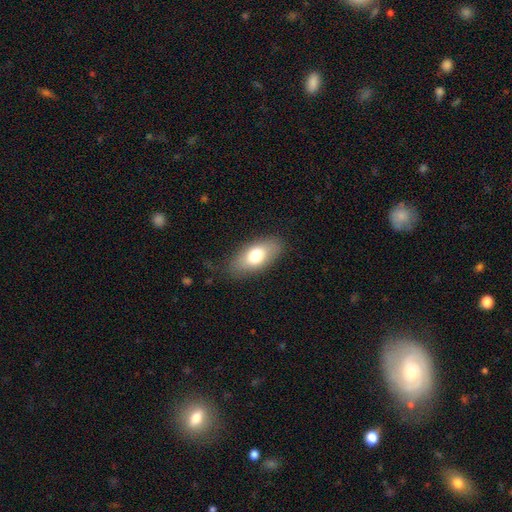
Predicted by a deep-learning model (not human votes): Smooth or featured? smooth (73%)
How rounded? in between (88%)
Merging? none (81%)